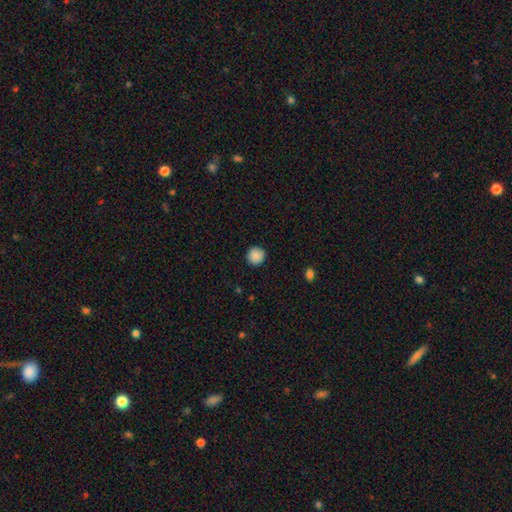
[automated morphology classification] Overall: smooth (89%). How rounded: round (94%). Merging: none (91%).